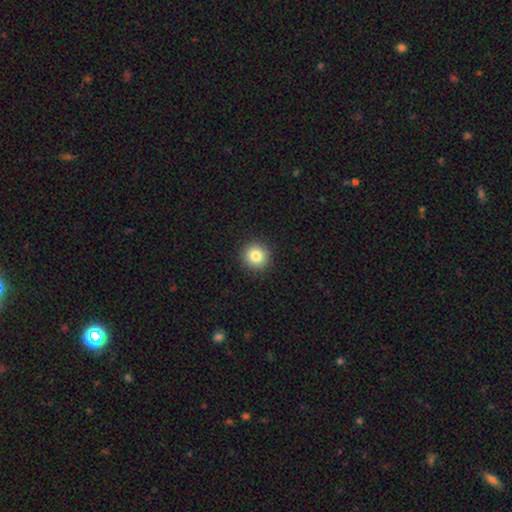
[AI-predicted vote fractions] smooth 83%, star or artifact 10%, featured or disk 6%. Down the decision tree: how rounded — round (94%); merging — none (92%).